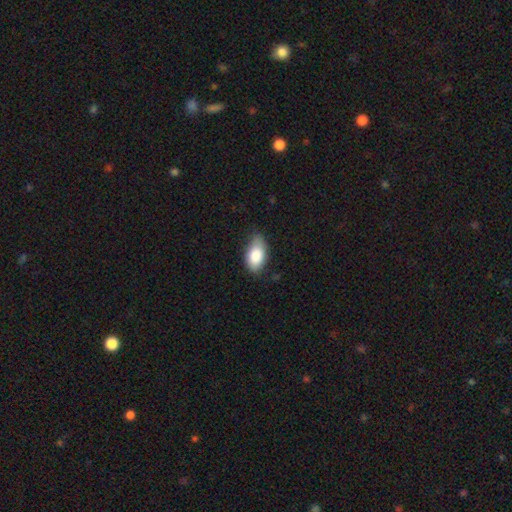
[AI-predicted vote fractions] Smooth or featured: smooth — 85% (featured or disk — 8%)
How rounded: in between — 93% (round — 5%)
Merging: none — 62% (minor disturbance — 31%)